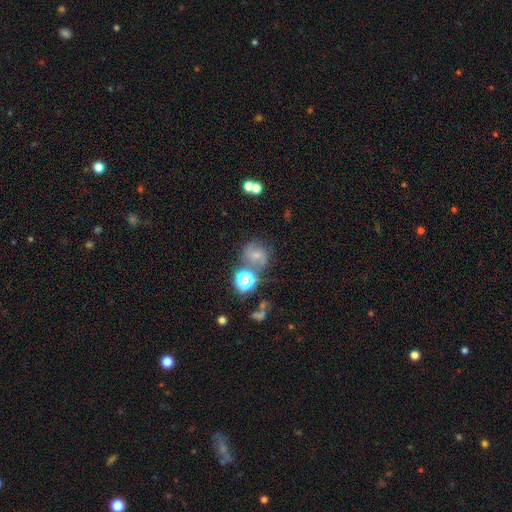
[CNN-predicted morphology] type=smooth (40%); merging=none (59%).